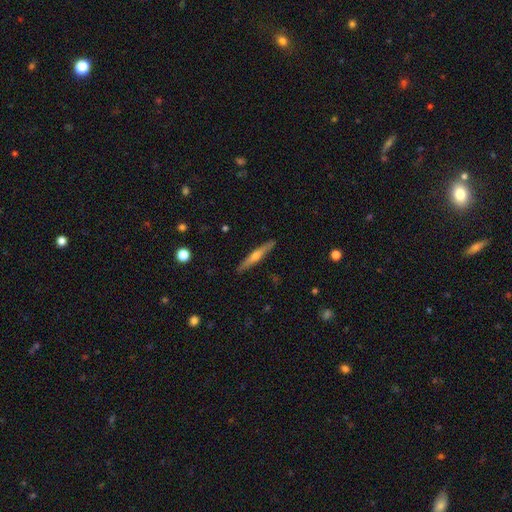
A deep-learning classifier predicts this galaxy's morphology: This appears to be a featured or disk galaxy (60%) viewed edge-on (97%) with a rounded central bulge (86%). Merging: none (90%).